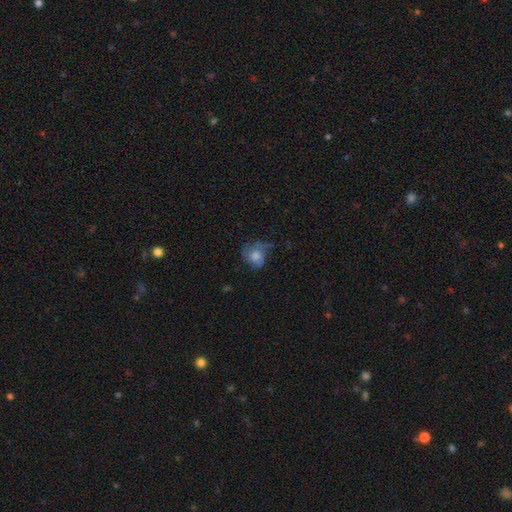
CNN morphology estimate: type=smooth (54%); roundness=round (68%); merging=none (43%).